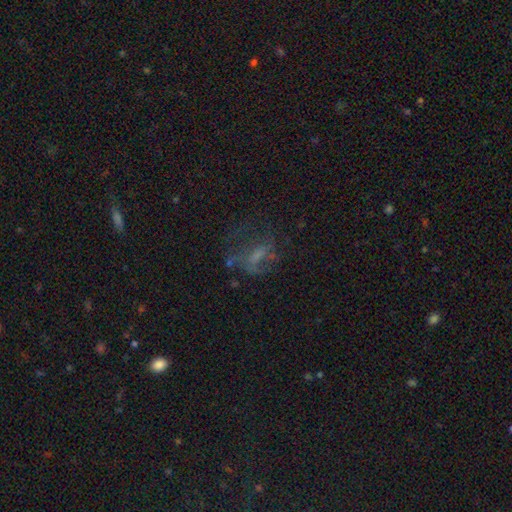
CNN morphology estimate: Q: Smooth or featured?
A: featured or disk (46%); runner-up: smooth (31%)
Q: Merging?
A: none (43%); runner-up: major disturbance (35%)